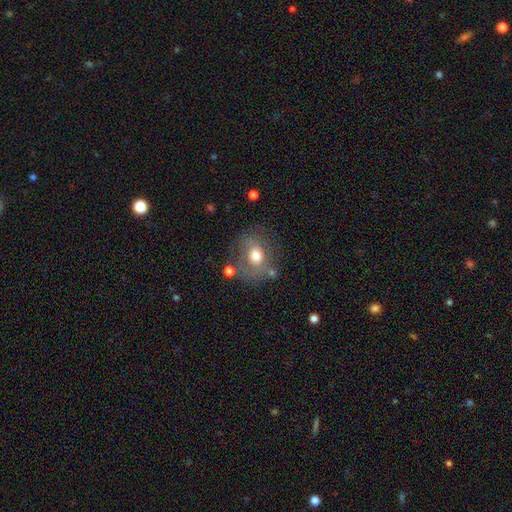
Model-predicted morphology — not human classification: type=smooth (65%); roundness=round (59%); merging=none (58%).